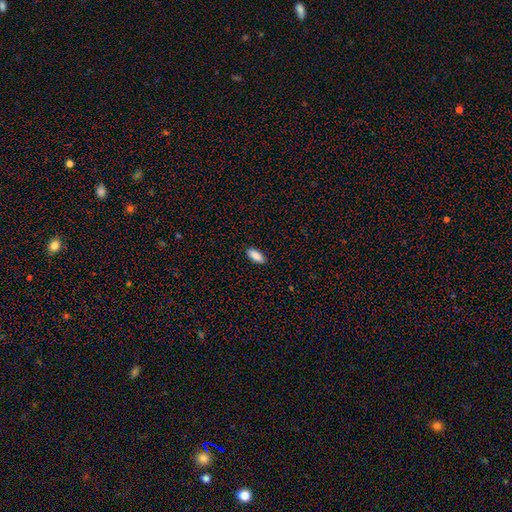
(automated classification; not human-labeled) Smooth or featured? Predicted: smooth (p=0.89). How rounded? Predicted: in between (p=0.82). Merging? Predicted: none (p=0.90).